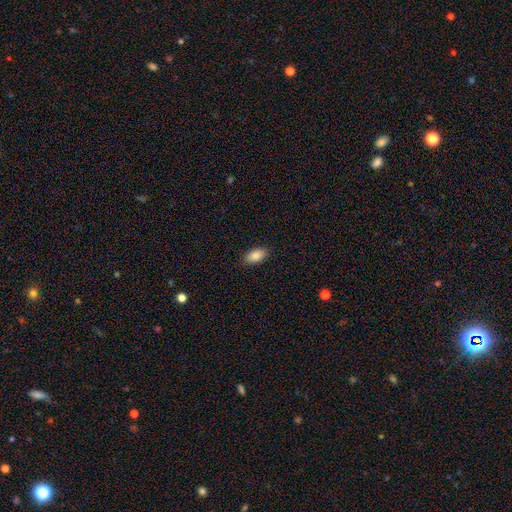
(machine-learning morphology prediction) smooth_or_featured: smooth (p=0.86) [alt: star or artifact p=0.07]
how_rounded: in between (p=0.93) [alt: round p=0.04]
merging: none (p=0.87) [alt: minor disturbance p=0.09]